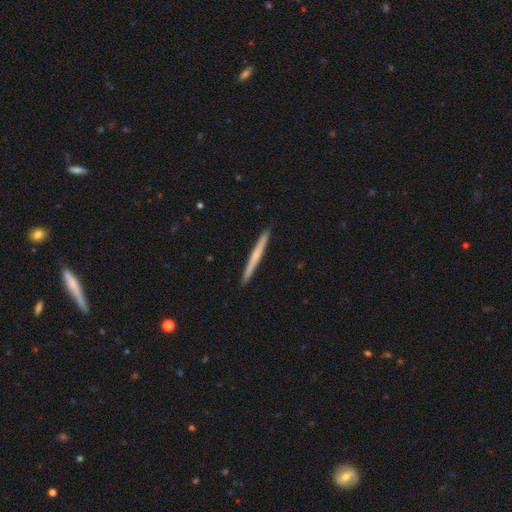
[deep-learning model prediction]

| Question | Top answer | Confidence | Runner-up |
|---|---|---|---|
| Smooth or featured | featured or disk | 48% | smooth (47%) |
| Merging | none | 93% | minor disturbance (5%) |